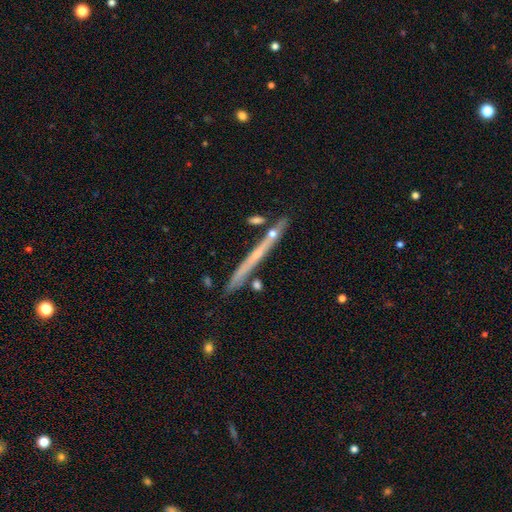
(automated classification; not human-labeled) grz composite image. It shows a featured or disk galaxy (58%) viewed edge-on (96%) with no central bulge (76%). Merging: none (81%).